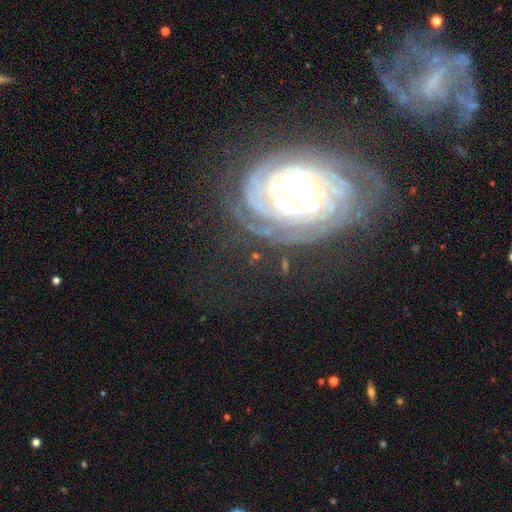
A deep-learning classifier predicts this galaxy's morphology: smooth-or-featured: featured or disk: 82% | star or artifact: 10% | smooth: 9%
  disk-edge-on: no: 95% | yes: 5%
    bar: no: 66% | weak: 20% | strong: 14%
    has-spiral-arms: yes: 94% | no: 6%
      spiral-winding: tight: 82% | medium: 15% | loose: 4%
      spiral-arm-count: can't tell: 29% | 3: 22% | 2: 18% | 4: 12% | more than 4: 10% | 1: 8%
    bulge-size: moderate: 52% | large: 28% | small: 13% | dominant: 5% | none: 2%
  merging: none: 68% | minor disturbance: 17% | major disturbance: 10% | merger: 5%